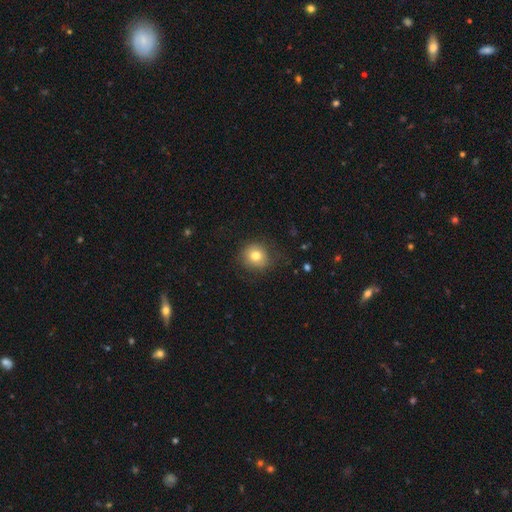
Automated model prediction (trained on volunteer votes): Q: Smooth or featured?
A: smooth (77%); runner-up: featured or disk (12%)
Q: How rounded?
A: round (88%); runner-up: in between (11%)
Q: Merging?
A: none (78%); runner-up: minor disturbance (14%)